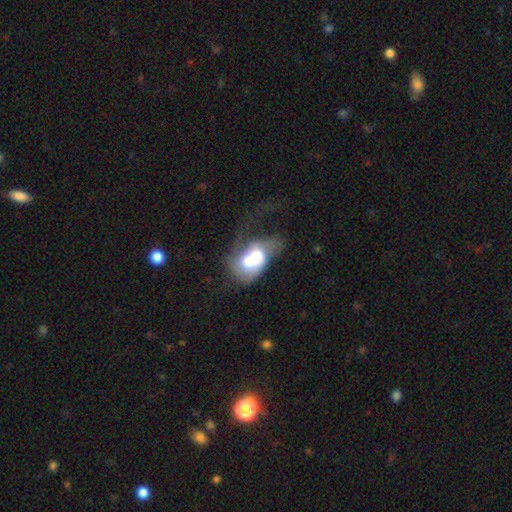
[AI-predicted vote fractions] A smooth galaxy with no disk features (54%) that is in between round and cigar-shaped (74%).

Vote fractions:
- Smooth or featured? smooth: 54% / featured or disk: 37% / star or artifact: 9%
- How rounded? in between: 74% / round: 24% / cigar-shaped: 2%
- Merging? merger: 49% / major disturbance: 27% / none: 12% / minor disturbance: 11%